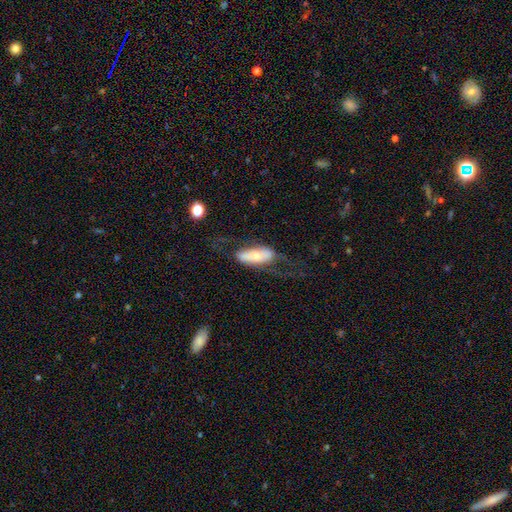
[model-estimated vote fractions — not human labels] Overall: featured or disk (47%, tied with smooth). Merging: none (51%; major disturbance 26%).